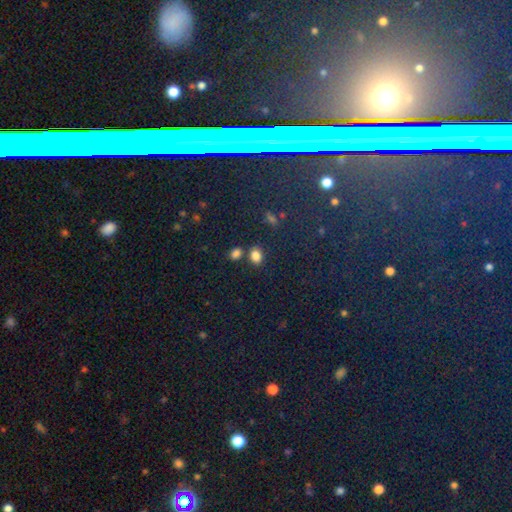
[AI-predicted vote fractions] Q: Smooth or featured?
A: smooth (83%); runner-up: star or artifact (12%)
Q: How rounded?
A: in between (73%); runner-up: round (26%)
Q: Merging?
A: none (68%); runner-up: merger (18%)